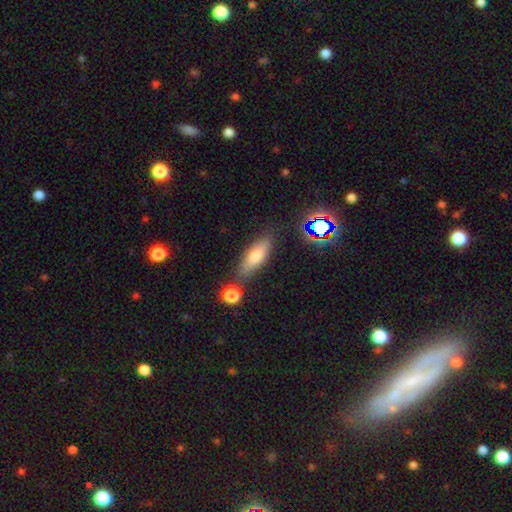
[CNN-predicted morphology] type=smooth (65%); roundness=in between (53%); merging=none (72%).